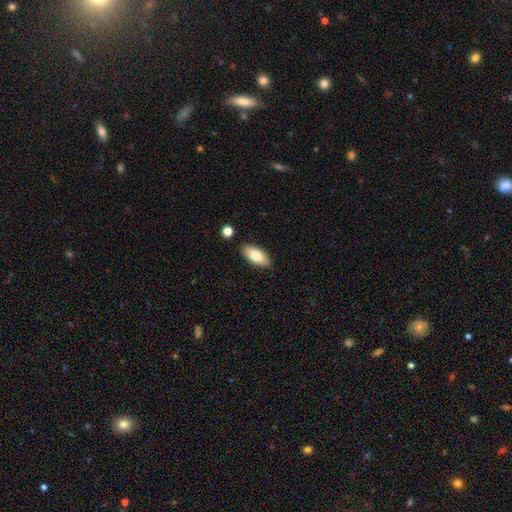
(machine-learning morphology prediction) Smooth or featured?
  - smooth: 77% *
  - featured or disk: 16%
  - star or artifact: 7%
How rounded?
  - in between: 88% *
  - cigar-shaped: 10%
  - round: 3%
Merging?
  - none: 87% *
  - minor disturbance: 9%
  - merger: 2%
  - major disturbance: 2%